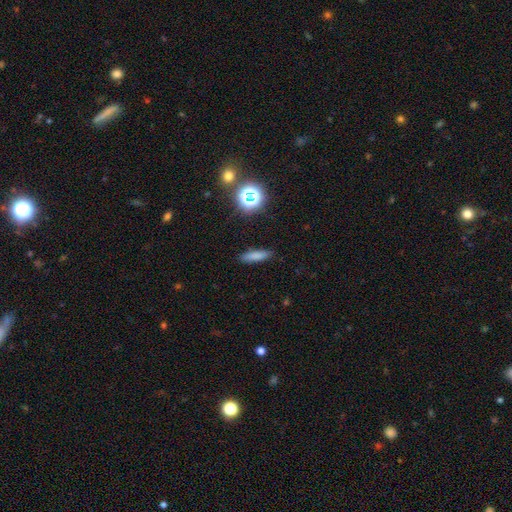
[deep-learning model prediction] Smooth or featured?
  - smooth: 76% *
  - star or artifact: 14%
  - featured or disk: 10%
How rounded?
  - cigar-shaped: 66% *
  - in between: 30%
  - round: 4%
Merging?
  - none: 86% *
  - minor disturbance: 9%
  - major disturbance: 3%
  - merger: 2%